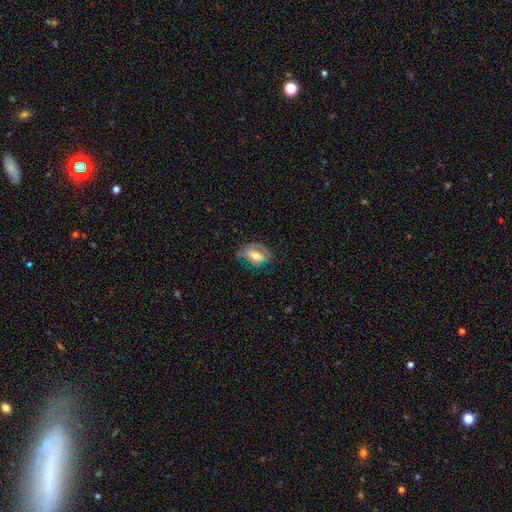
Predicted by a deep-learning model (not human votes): featured or disk 49%, smooth 42%, star or artifact 8%. Down the decision tree: merging — none (47%).